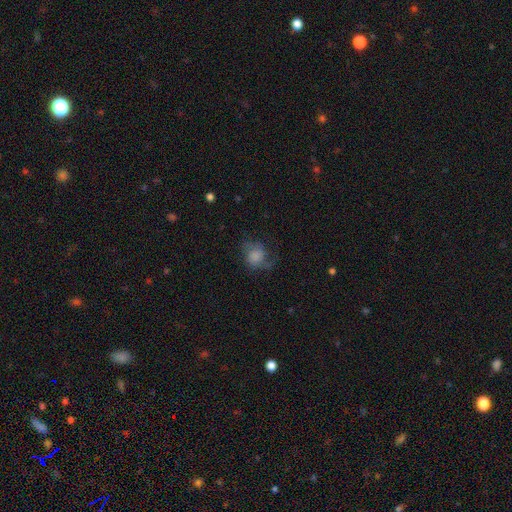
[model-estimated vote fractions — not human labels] This appears to be a smooth galaxy with no disk features (56%) that is round (66%). Merging: none (52%).